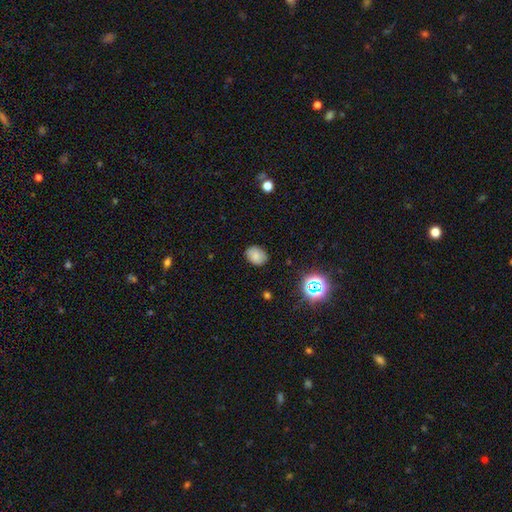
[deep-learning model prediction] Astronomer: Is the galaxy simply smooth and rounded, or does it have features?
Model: smooth — 79%.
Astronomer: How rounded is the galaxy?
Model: in between — 65%.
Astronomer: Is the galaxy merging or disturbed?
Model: none — 81%.